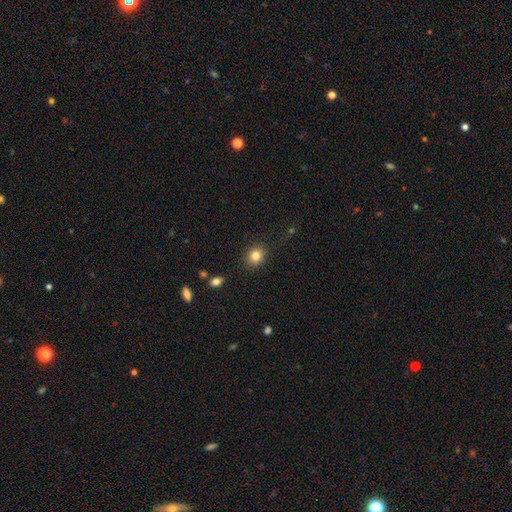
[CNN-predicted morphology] The model was most divided on "how rounded": round: 67%, in between: 32%, cigar-shaped: 1%. More confident: merging — none (86%); smooth or featured — smooth (83%).